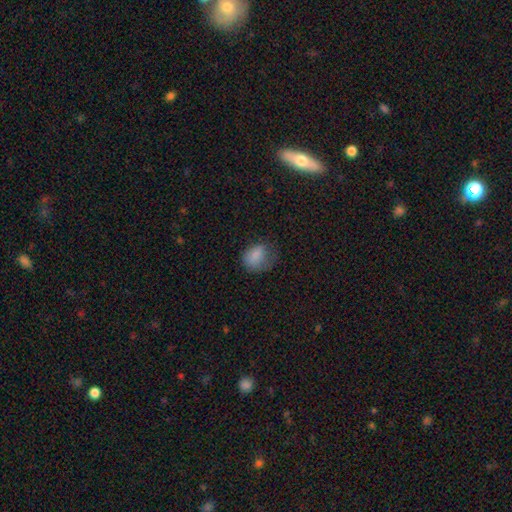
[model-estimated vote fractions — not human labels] Morphology: type=smooth (81%); roundness=in between (62%); merging=none (43%).